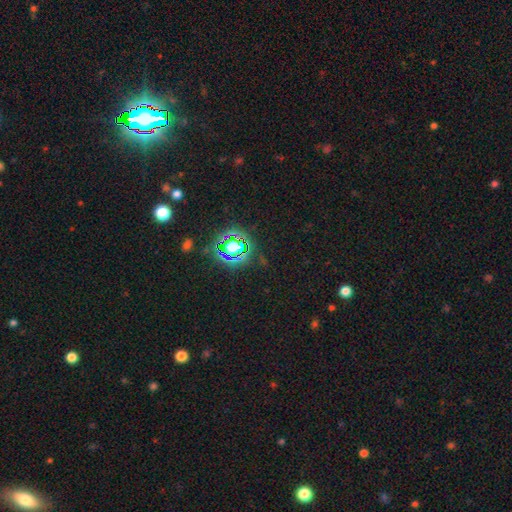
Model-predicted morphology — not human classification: Q: Smooth or featured?
A: star or artifact (82%); runner-up: smooth (12%)